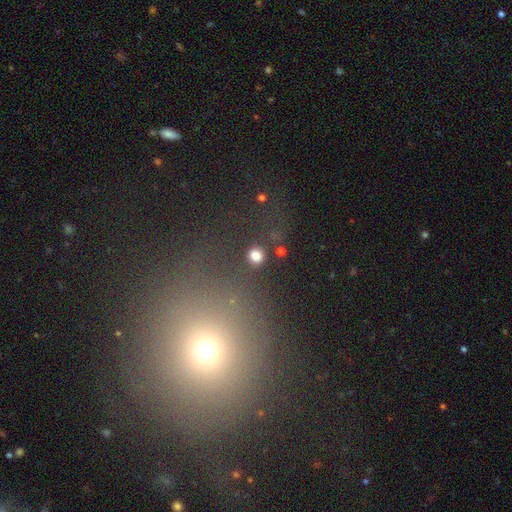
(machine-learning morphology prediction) Smooth or featured? smooth (81%)
How rounded? round (90%)
Merging? none (87%)